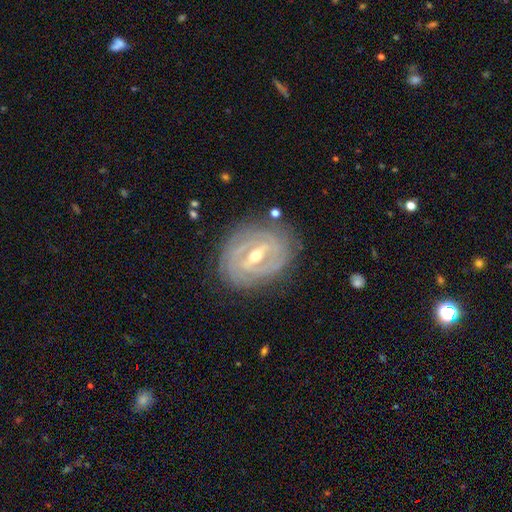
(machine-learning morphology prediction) featured or disk 89%, smooth 6%, star or artifact 5%. Down the decision tree: edge-on disk — no (93%); bar — strong (63%); spiral arms — yes (91%); spiral arm count — can't tell (31%); spiral winding — tight (81%); bulge size — moderate (62%); merging — none (81%).